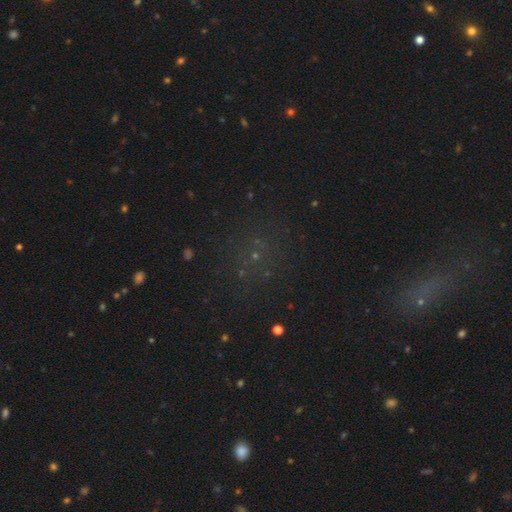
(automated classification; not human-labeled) star or artifact 52%, smooth 34%, featured or disk 14%.